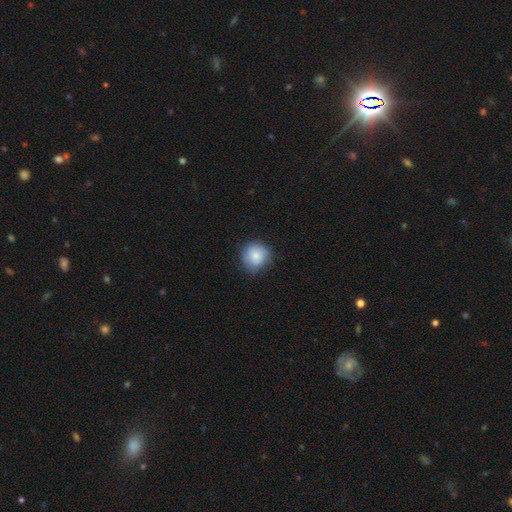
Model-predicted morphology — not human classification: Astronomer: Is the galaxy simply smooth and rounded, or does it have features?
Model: smooth — 82%.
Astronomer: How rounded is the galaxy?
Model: round — 91%.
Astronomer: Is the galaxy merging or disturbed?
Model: none — 80%.